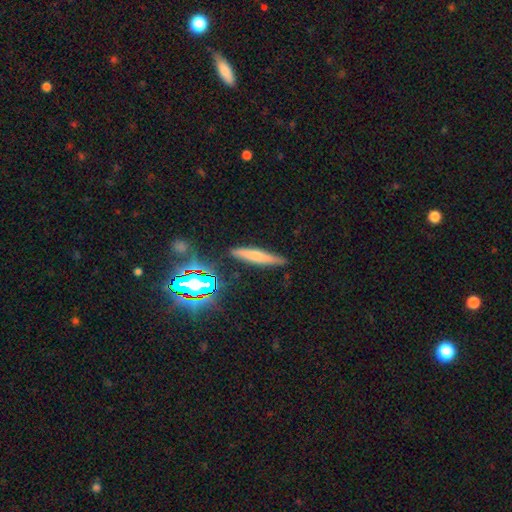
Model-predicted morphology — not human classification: Smooth or featured? smooth (57%)
How rounded? cigar-shaped (89%)
Merging? none (84%)